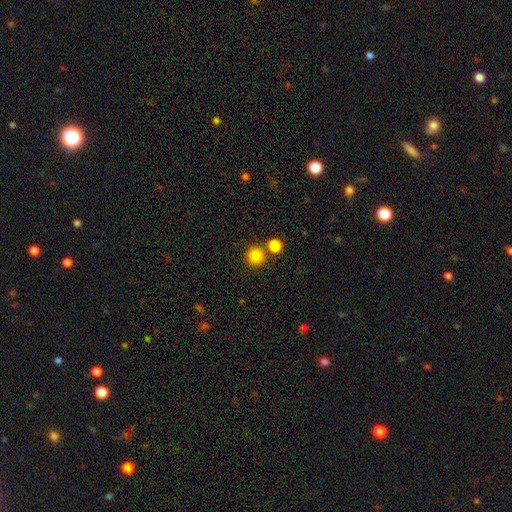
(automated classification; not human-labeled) smooth 84%, star or artifact 11%, featured or disk 4%. Down the decision tree: how rounded — round (92%); merging — none (70%).